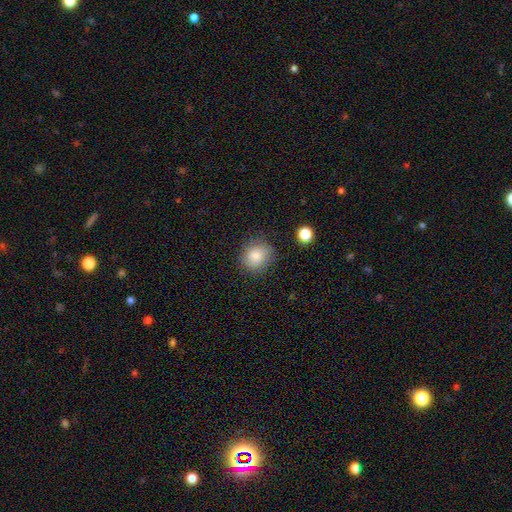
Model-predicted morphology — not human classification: Smooth or featured? smooth (83%)
How rounded? round (76%)
Merging? none (81%)